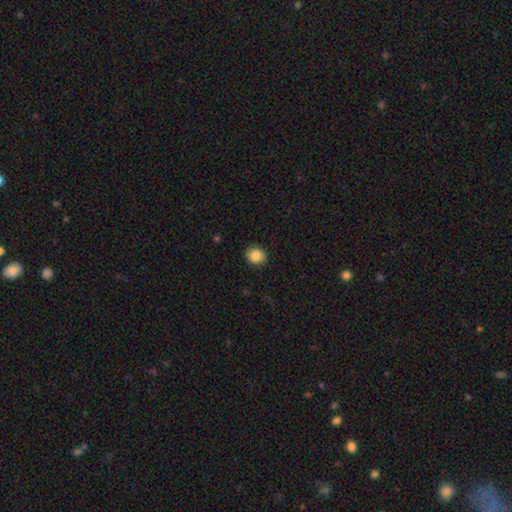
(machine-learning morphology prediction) A smooth galaxy with no disk features (87%) that is round (70%).

Vote fractions:
- Smooth or featured? smooth: 87% / star or artifact: 9% / featured or disk: 4%
- How rounded? round: 70% / in between: 29% / cigar-shaped: 1%
- Merging? none: 90% / minor disturbance: 7% / major disturbance: 2% / merger: 1%